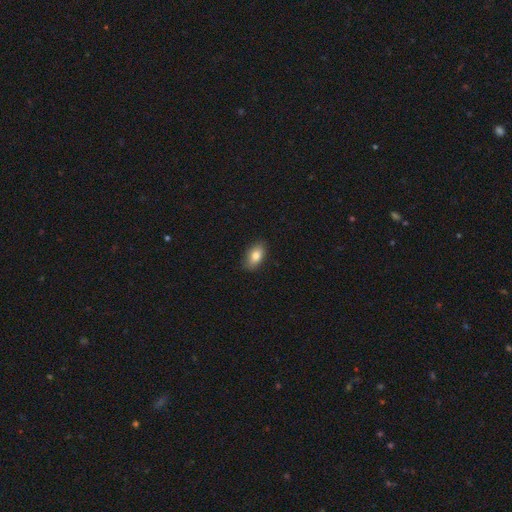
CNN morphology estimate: Overall: smooth (81%). How rounded: in between (90%). Merging: none (87%).